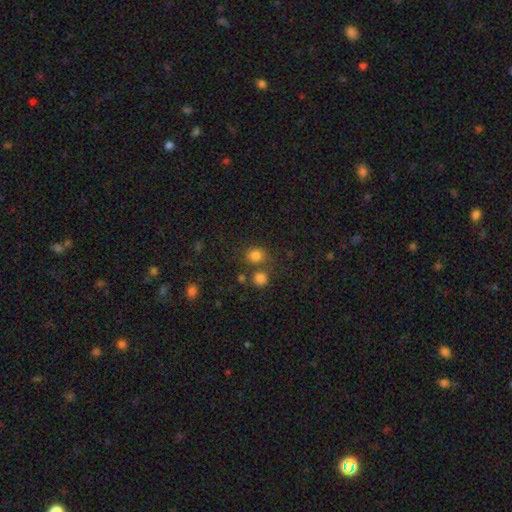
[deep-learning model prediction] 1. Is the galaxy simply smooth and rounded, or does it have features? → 80% smooth, 14% star or artifact, 5% featured or disk.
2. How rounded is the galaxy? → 76% round, 23% in between, 1% cigar-shaped.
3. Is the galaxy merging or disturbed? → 66% none, 19% merger, 11% minor disturbance, 5% major disturbance.